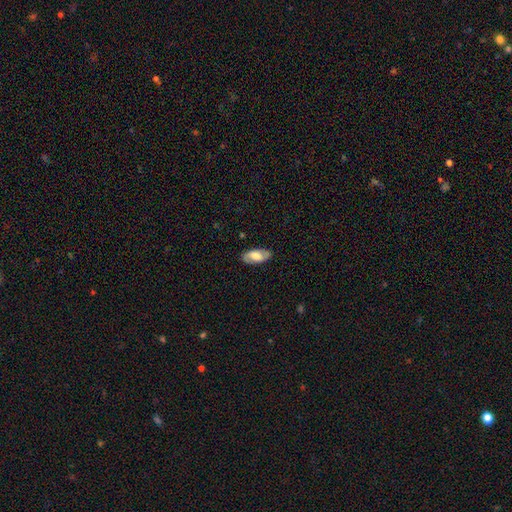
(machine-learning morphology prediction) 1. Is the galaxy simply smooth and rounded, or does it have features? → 52% featured or disk, 42% smooth, 6% star or artifact.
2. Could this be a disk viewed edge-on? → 88% no, 12% yes.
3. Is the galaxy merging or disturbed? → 86% none, 11% minor disturbance, 3% major disturbance, 1% merger.